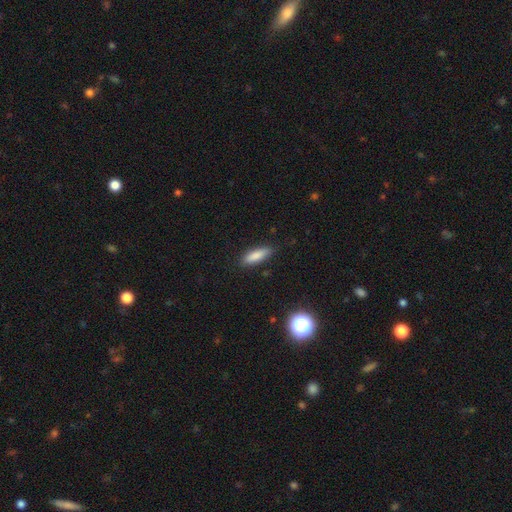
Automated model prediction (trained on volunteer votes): Smooth or featured? Predicted: smooth (p=0.85). How rounded? Predicted: in between (p=0.51). Merging? Predicted: none (p=0.85).